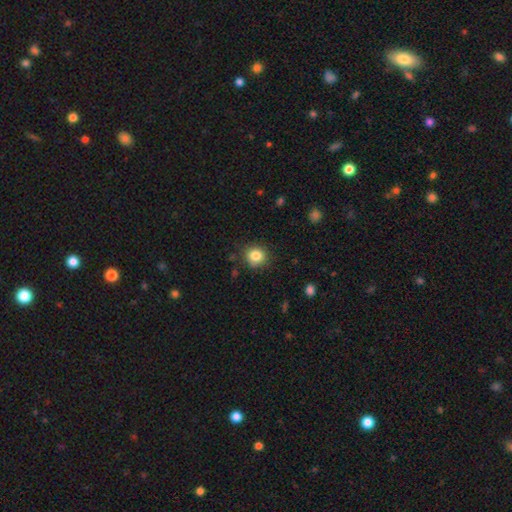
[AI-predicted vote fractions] Smooth or featured? Predicted: smooth (p=0.84). How rounded? Predicted: round (p=0.87). Merging? Predicted: none (p=0.86).